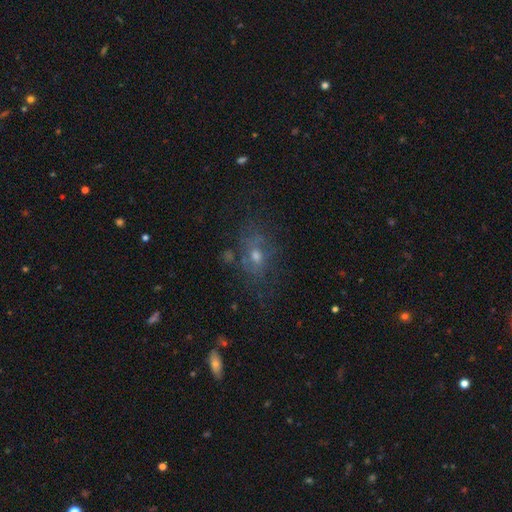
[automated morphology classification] This appears to be a smooth galaxy with no disk features (39%). Merging: none (64%).